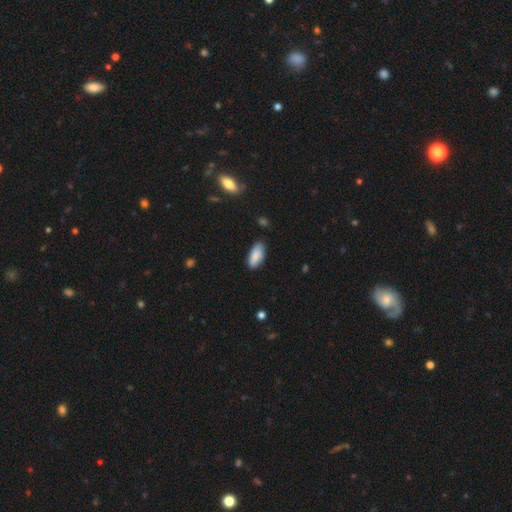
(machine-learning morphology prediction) smooth 86%, featured or disk 8%, star or artifact 6%. Down the decision tree: how rounded — in between (88%); merging — none (78%).